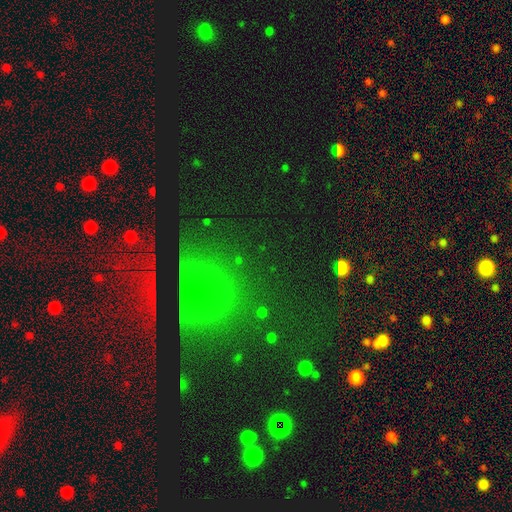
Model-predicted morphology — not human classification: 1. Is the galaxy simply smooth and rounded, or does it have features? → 62% star or artifact, 26% smooth, 12% featured or disk.